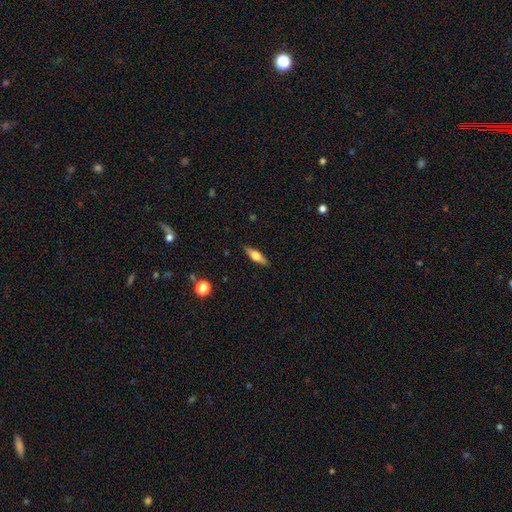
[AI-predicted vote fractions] Smooth or featured: smooth — 54% (featured or disk — 39%)
How rounded: cigar-shaped — 49% (in between — 48%)
Merging: none — 88% (minor disturbance — 9%)